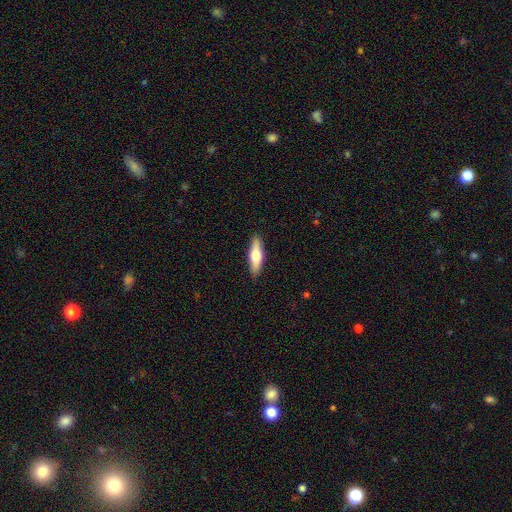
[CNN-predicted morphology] The model was most divided on "smooth or featured": smooth: 55%, featured or disk: 39%, star or artifact: 6%. More confident: merging — none (90%); how rounded — cigar-shaped (58%).